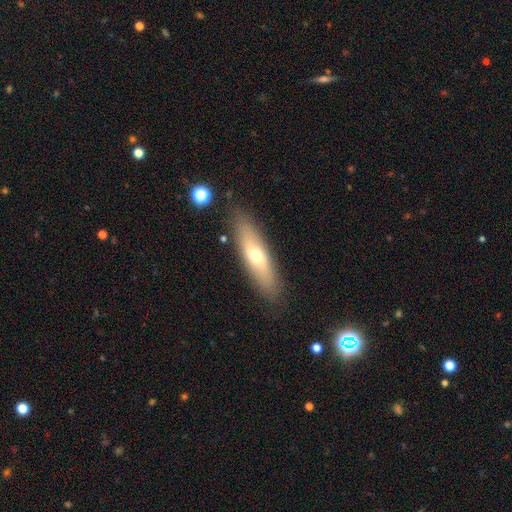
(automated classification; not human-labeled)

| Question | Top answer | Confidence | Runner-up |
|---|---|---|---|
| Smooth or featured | smooth | 54% | featured or disk (39%) |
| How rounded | cigar-shaped | 64% | in between (34%) |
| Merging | none | 86% | minor disturbance (10%) |